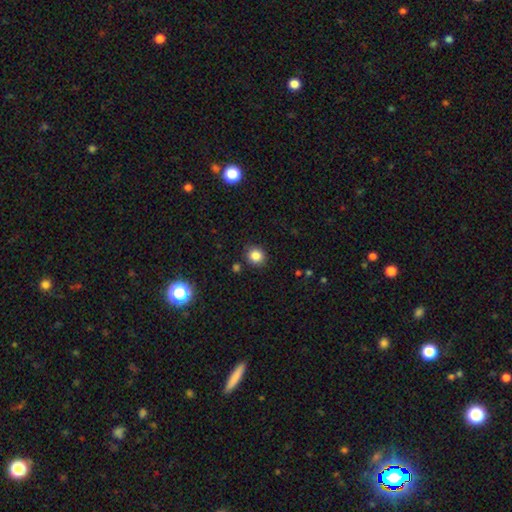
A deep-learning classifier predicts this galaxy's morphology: A smooth galaxy with no disk features (84%) that is round (86%).

Vote fractions:
- Smooth or featured? smooth: 84% / star or artifact: 12% / featured or disk: 4%
- How rounded? round: 86% / in between: 13% / cigar-shaped: 1%
- Merging? none: 87% / minor disturbance: 8% / merger: 3% / major disturbance: 2%